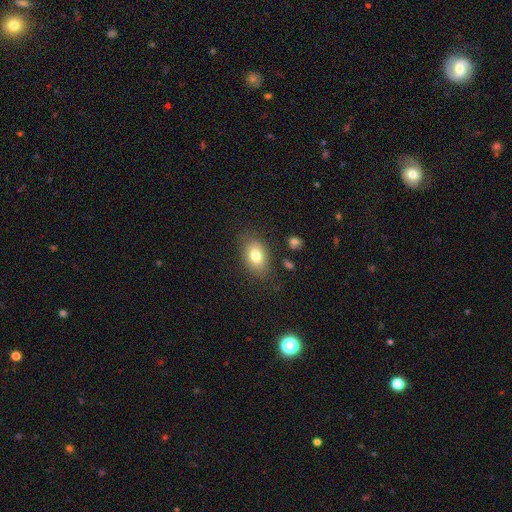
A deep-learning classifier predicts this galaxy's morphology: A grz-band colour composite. It shows a smooth galaxy with no disk features (78%) that is in between round and cigar-shaped (82%). Merging: none (81%).